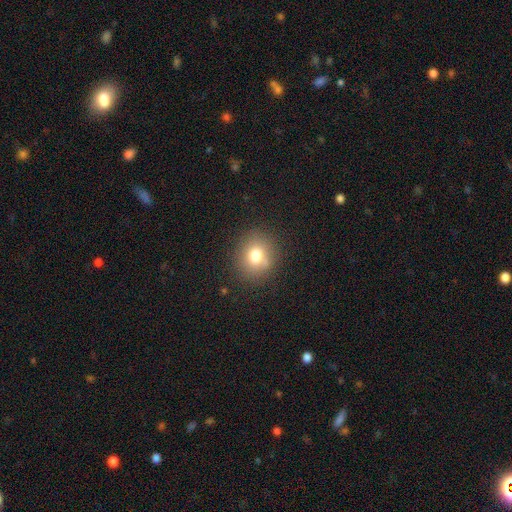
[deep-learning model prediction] Smooth or featured? Predicted: smooth (p=0.75). How rounded? Predicted: round (p=0.75). Merging? Predicted: none (p=0.78).